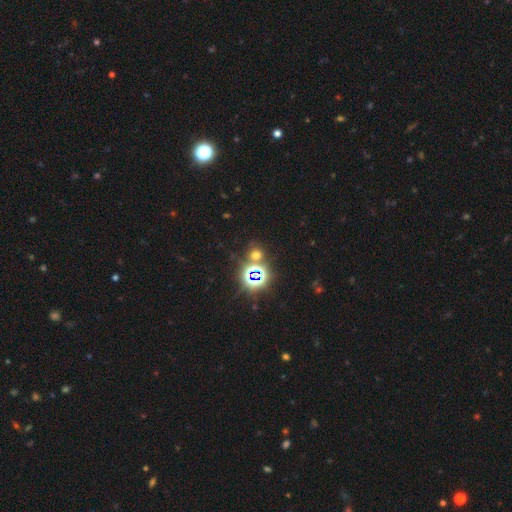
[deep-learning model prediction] Smooth or featured: star or artifact — 49% (smooth — 44%)